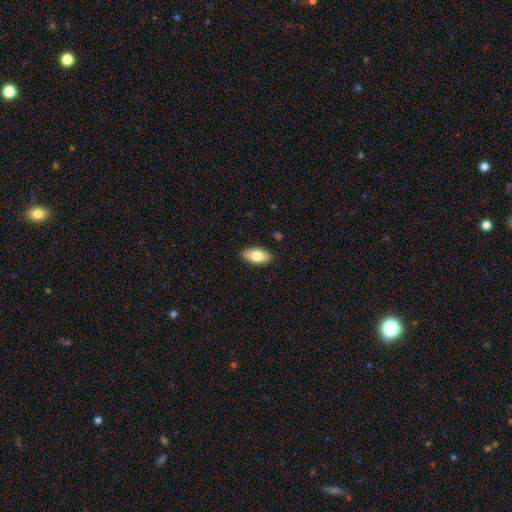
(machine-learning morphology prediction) A smooth galaxy with no disk features (79%) that is in between round and cigar-shaped (93%). Merging: none (88%).